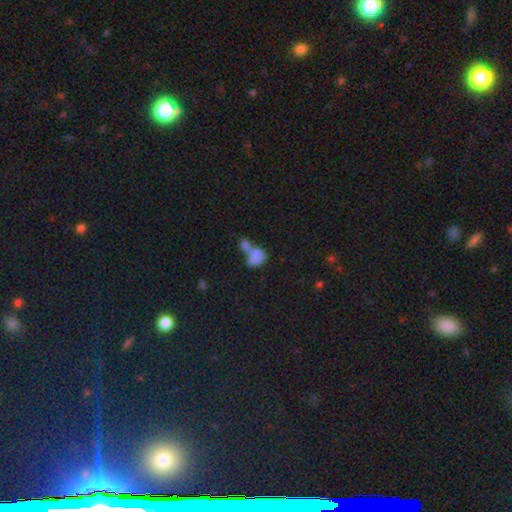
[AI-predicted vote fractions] A smooth galaxy with no disk features (66%) that is in between round and cigar-shaped (77%). Merging: merger (65%).